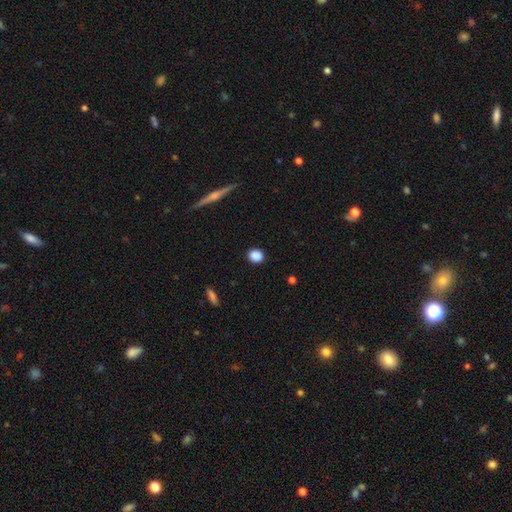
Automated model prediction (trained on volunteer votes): smooth 88%, star or artifact 9%, featured or disk 4%. Down the decision tree: how rounded — round (73%); merging — none (89%).